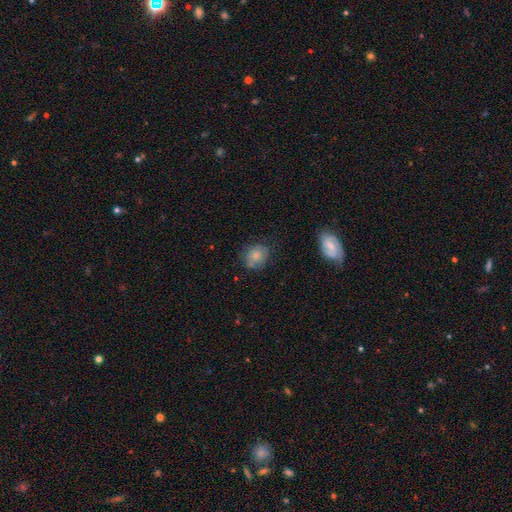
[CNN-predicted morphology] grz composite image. It shows a smooth galaxy with no disk features (76%) that is round (66%). Merging: none (64%).